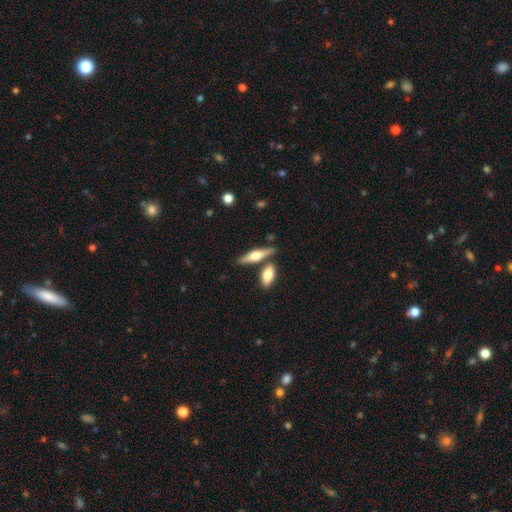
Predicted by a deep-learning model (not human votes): featured or disk 48%, smooth 46%, star or artifact 6%. Down the decision tree: merging — none (69%).